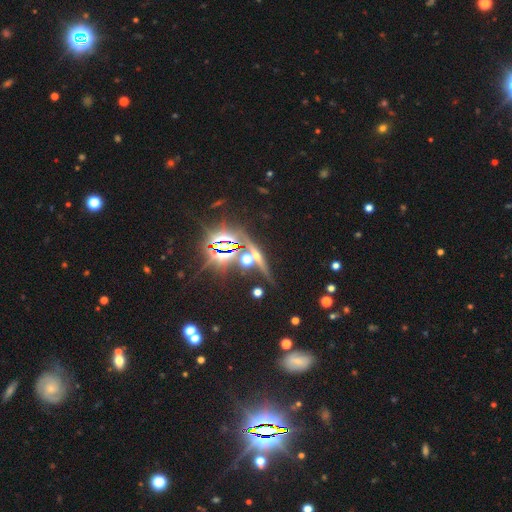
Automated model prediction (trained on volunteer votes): star or artifact 44%, featured or disk 37%, smooth 20%.